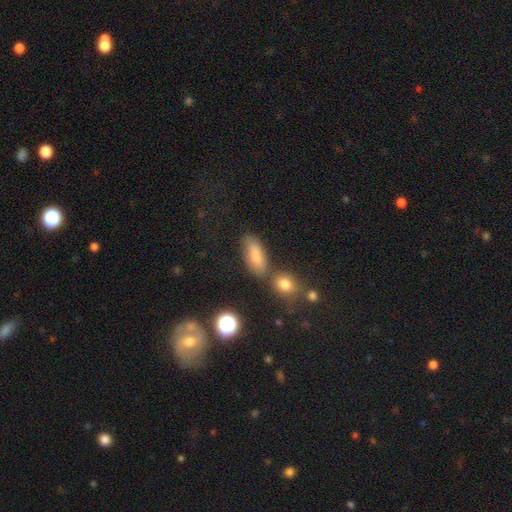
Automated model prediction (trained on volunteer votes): A smooth galaxy with no disk features (80%) that is in between round and cigar-shaped (79%). Merging: none (68%).